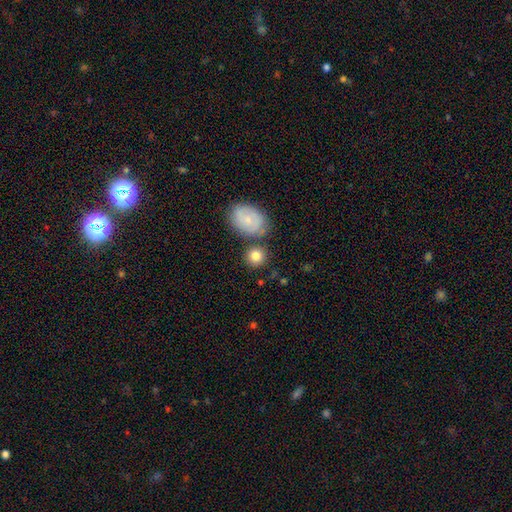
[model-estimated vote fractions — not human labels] Morphology: type=smooth (81%); roundness=round (84%); merging=none (71%).